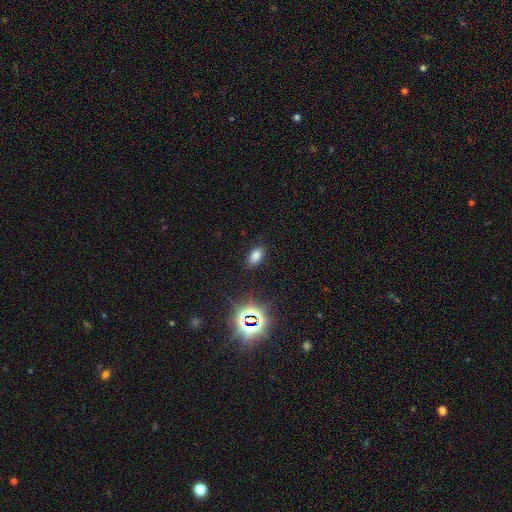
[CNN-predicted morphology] This is likely a smooth galaxy (73%). How rounded: clearly in between (90%). Merging: clearly none (85%).